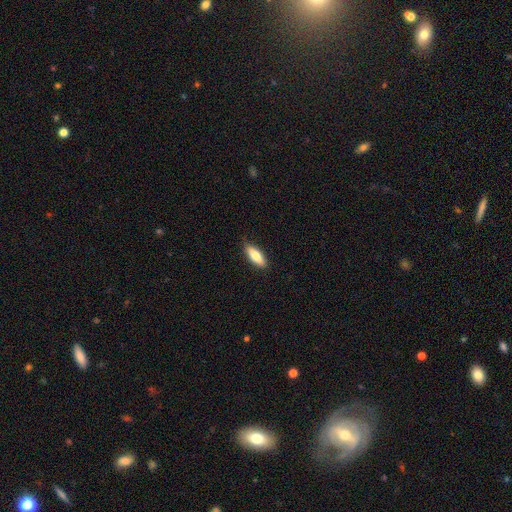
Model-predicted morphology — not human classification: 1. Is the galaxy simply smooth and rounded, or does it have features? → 76% smooth, 19% featured or disk, 6% star or artifact.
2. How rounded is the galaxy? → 60% in between, 38% cigar-shaped, 2% round.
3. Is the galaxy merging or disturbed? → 85% none, 12% minor disturbance, 2% major disturbance, 1% merger.